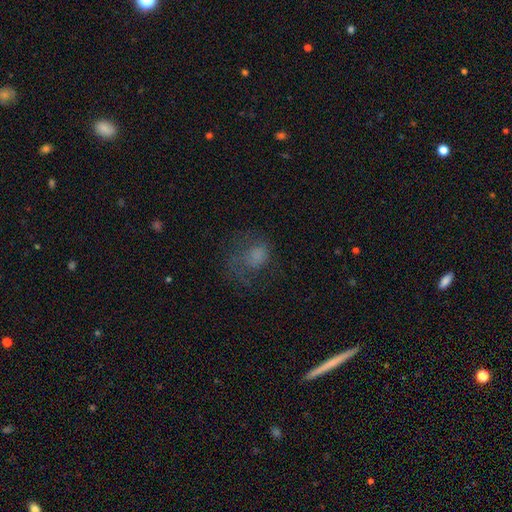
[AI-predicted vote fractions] This is possibly a smooth galaxy (57%). How rounded: possibly round (53%). Merging: marginally major disturbance (40%).